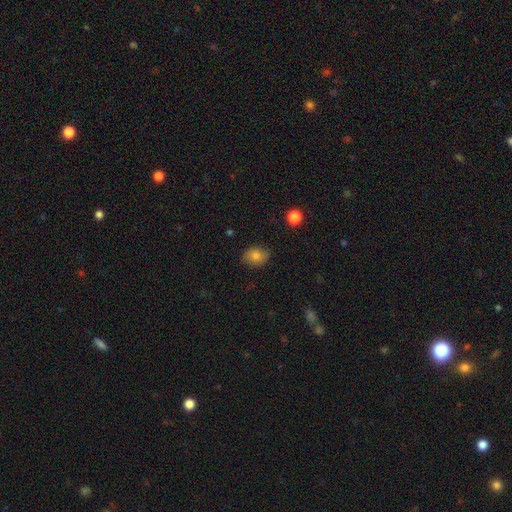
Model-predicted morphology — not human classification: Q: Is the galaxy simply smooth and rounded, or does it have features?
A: smooth — 80%.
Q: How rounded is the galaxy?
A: in between — 63%.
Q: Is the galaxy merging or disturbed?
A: none — 83%.